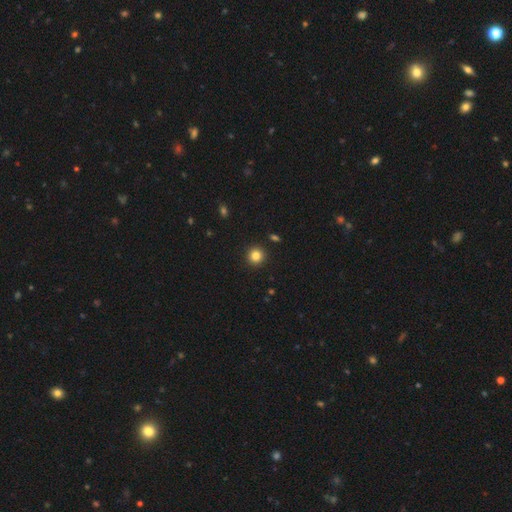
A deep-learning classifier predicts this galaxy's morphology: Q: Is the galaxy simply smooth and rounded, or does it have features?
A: smooth — 83%.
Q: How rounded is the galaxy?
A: round — 95%.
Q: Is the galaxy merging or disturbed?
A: none — 92%.